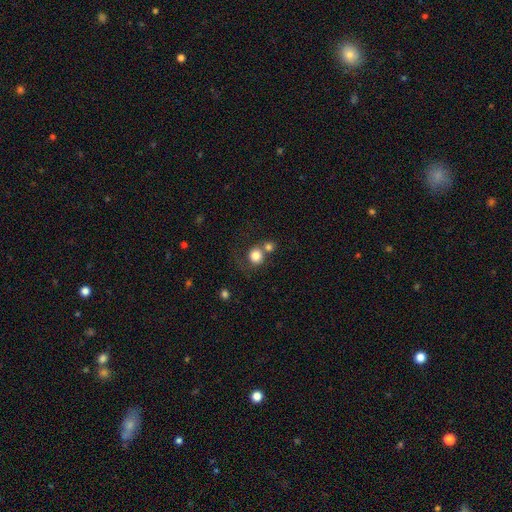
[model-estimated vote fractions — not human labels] smooth 81%, star or artifact 10%, featured or disk 9%. Down the decision tree: how rounded — round (86%); merging — none (46%).